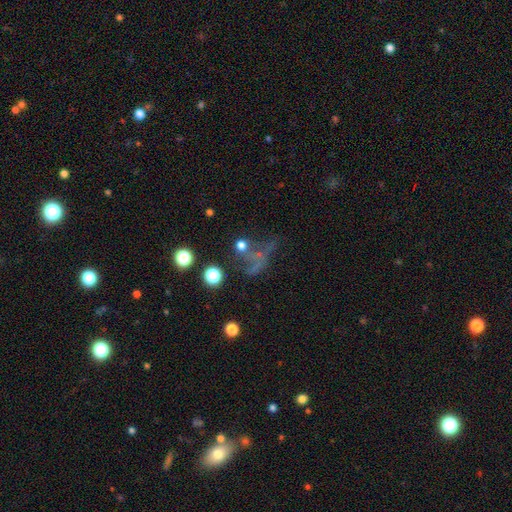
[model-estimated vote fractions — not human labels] Smooth or featured: star or artifact — 39% (smooth — 32%)